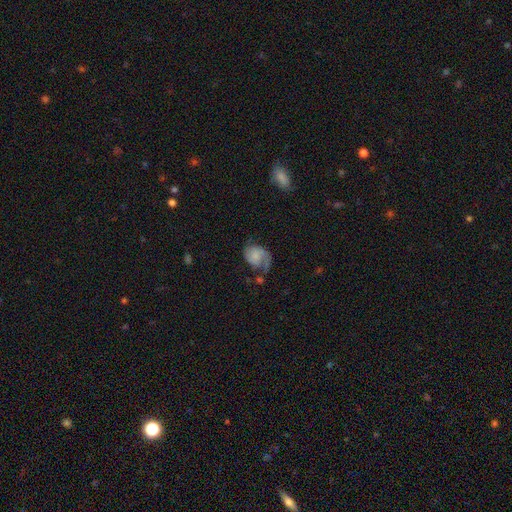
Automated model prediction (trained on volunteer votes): This is likely a featured or disk galaxy (64%). It is clearly not viewed edge-on (98%). Bar: likely no (69%). Spiral arm pattern: clearly yes (90%). Spiral arm count: possibly 2 (52%). Spiral winding: marginally medium (41%). Central bulge: marginally small (40%). Merging: marginally none (40%).